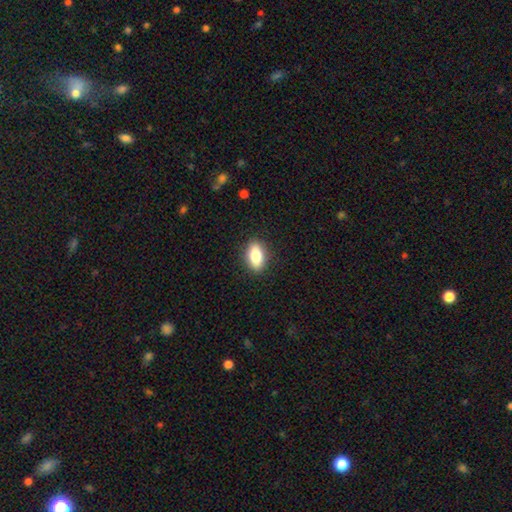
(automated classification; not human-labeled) Smooth or featured?
  - smooth: 78% *
  - featured or disk: 15%
  - star or artifact: 7%
How rounded?
  - in between: 85% *
  - round: 8%
  - cigar-shaped: 7%
Merging?
  - none: 89% *
  - minor disturbance: 8%
  - major disturbance: 2%
  - merger: 1%